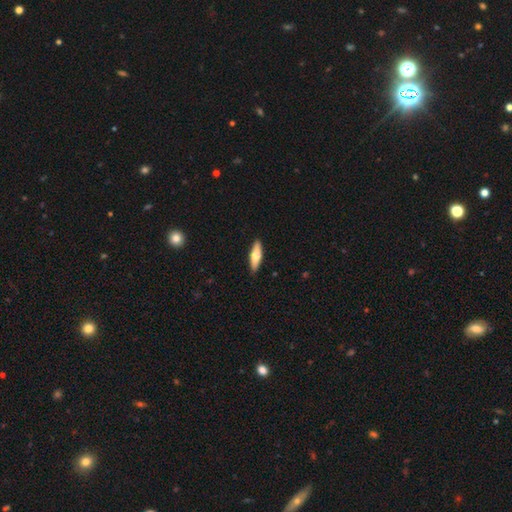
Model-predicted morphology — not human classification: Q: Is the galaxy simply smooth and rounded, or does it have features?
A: smooth — 61%.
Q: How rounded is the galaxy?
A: cigar-shaped — 58%.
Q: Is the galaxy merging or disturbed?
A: none — 90%.